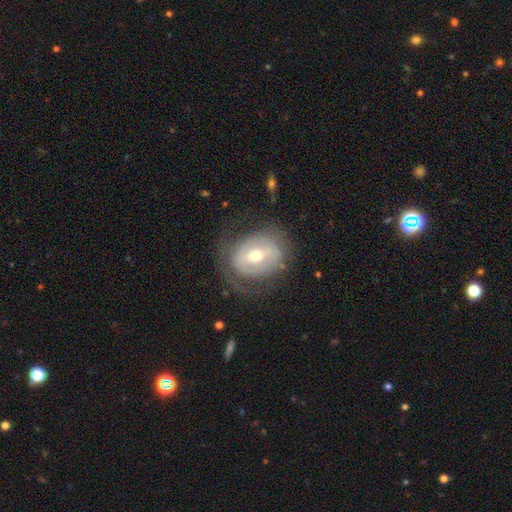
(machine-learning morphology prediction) This appears to be a featured or disk galaxy (58%) with a weak bar (41%), no spiral arms (60%) and a moderate central bulge (66%). Merging: none (63%).